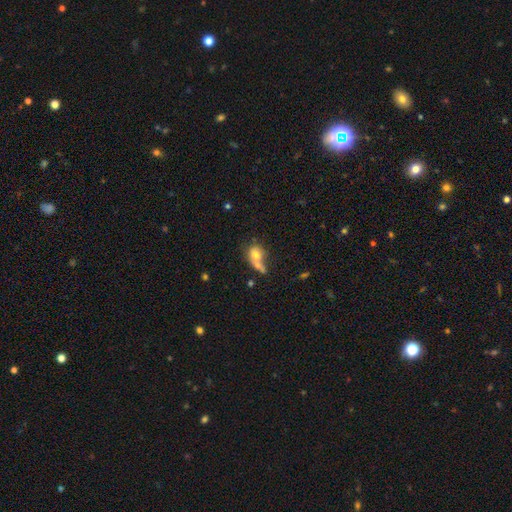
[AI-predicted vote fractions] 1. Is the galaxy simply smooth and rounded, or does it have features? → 68% smooth, 22% featured or disk, 10% star or artifact.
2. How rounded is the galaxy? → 59% in between, 37% round, 4% cigar-shaped.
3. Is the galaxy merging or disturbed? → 45% merger, 24% none, 17% major disturbance, 14% minor disturbance.